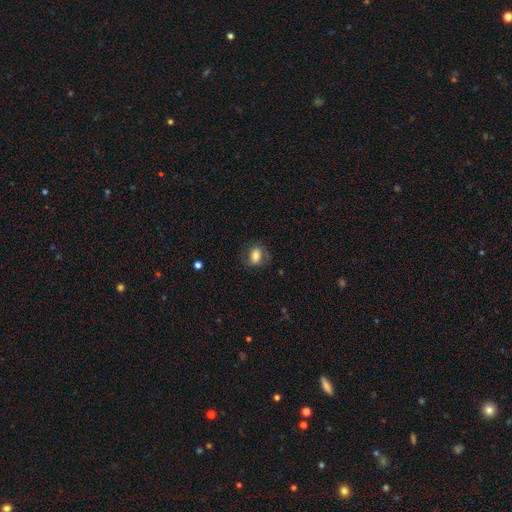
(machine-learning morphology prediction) Smooth or featured: smooth — 65% (featured or disk — 27%)
How rounded: in between — 66% (round — 32%)
Merging: none — 70% (minor disturbance — 19%)